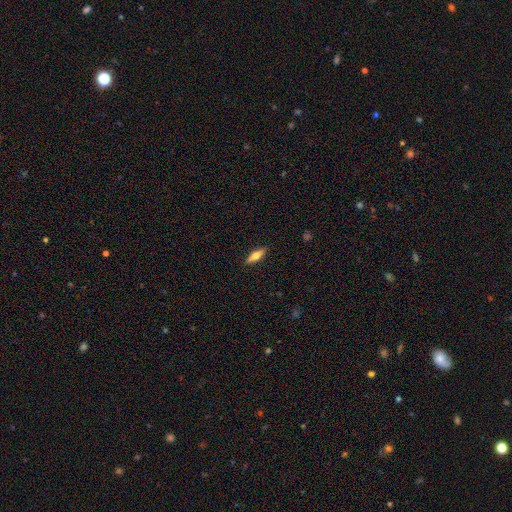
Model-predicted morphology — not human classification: A smooth galaxy with no disk features (56%) that is cigar-shaped (54%).

Vote fractions:
- Smooth or featured? smooth: 56% / featured or disk: 37% / star or artifact: 6%
- How rounded? cigar-shaped: 54% / in between: 44% / round: 3%
- Merging? none: 90% / minor disturbance: 7% / major disturbance: 2% / merger: 1%